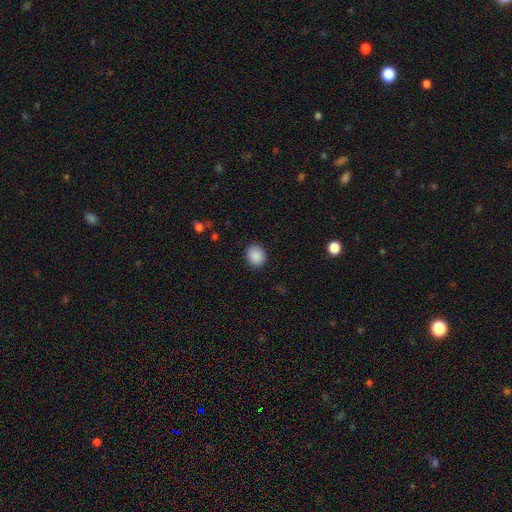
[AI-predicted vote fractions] Smooth or featured?
  - smooth: 89% *
  - star or artifact: 9%
  - featured or disk: 3%
How rounded?
  - round: 75% *
  - in between: 24%
  - cigar-shaped: 1%
Merging?
  - none: 90% *
  - minor disturbance: 7%
  - major disturbance: 2%
  - merger: 1%